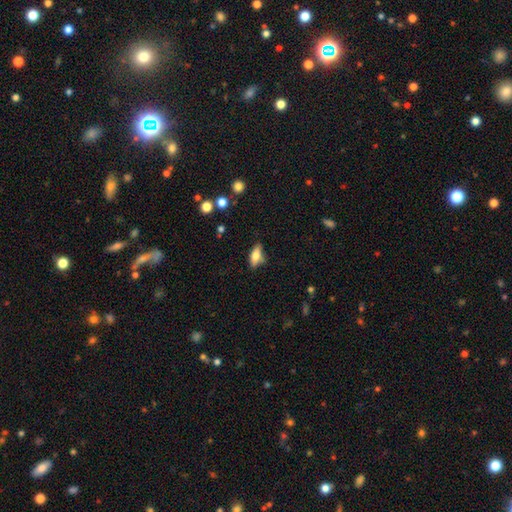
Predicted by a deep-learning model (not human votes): Overall: smooth (69%). How rounded: in between (78%). Merging: none (68%).